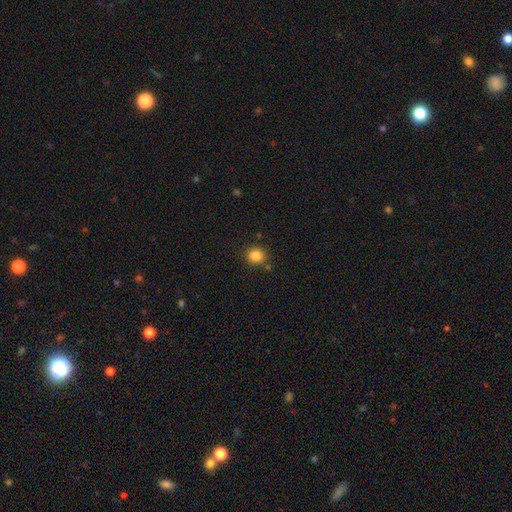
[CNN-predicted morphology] This is clearly a smooth galaxy (84%). How rounded: clearly round (88%). Merging: clearly none (84%).